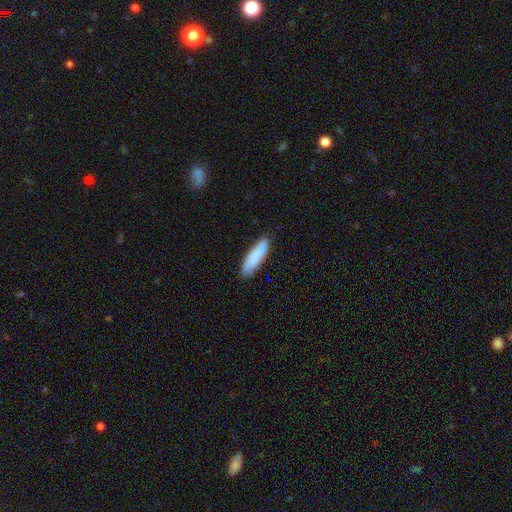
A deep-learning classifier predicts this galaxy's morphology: A smooth galaxy with no disk features (81%) that is cigar-shaped (69%). Merging: none (80%).